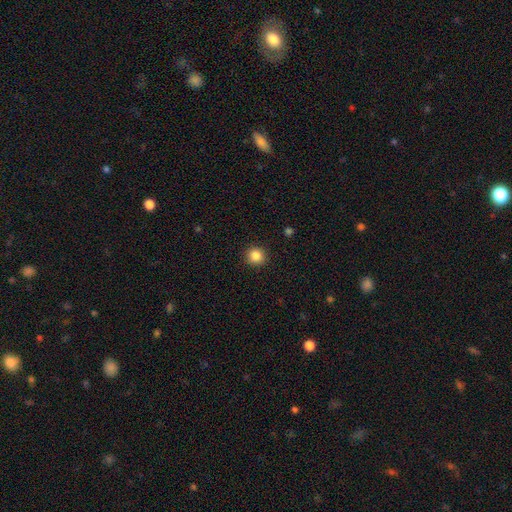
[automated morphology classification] Smooth or featured?
  - smooth: 85% *
  - star or artifact: 10%
  - featured or disk: 4%
How rounded?
  - round: 93% *
  - in between: 6%
  - cigar-shaped: 1%
Merging?
  - none: 92% *
  - minor disturbance: 5%
  - major disturbance: 2%
  - merger: 1%